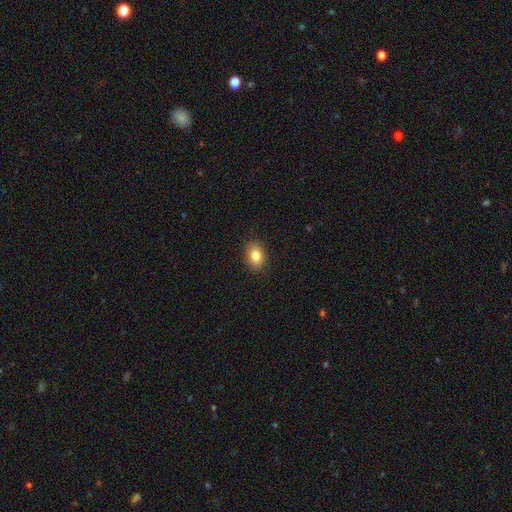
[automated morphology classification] A smooth galaxy with no disk features (84%) that is in between round and cigar-shaped (73%).

Vote fractions:
- Smooth or featured? smooth: 84% / star or artifact: 9% / featured or disk: 7%
- How rounded? in between: 73% / round: 26% / cigar-shaped: 1%
- Merging? none: 88% / minor disturbance: 9% / major disturbance: 2% / merger: 1%